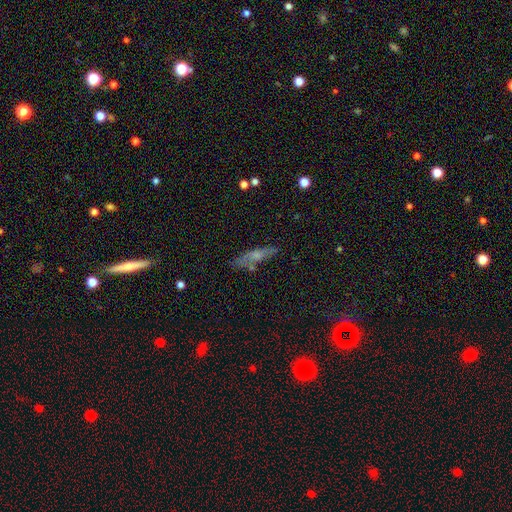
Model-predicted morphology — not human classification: Smooth or featured: smooth — 53% (featured or disk — 37%)
How rounded: cigar-shaped — 76% (in between — 21%)
Merging: none — 72% (minor disturbance — 18%)